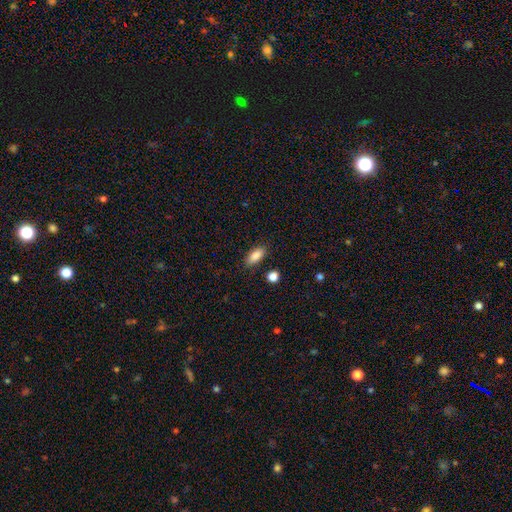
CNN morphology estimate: A smooth galaxy with no disk features (87%) that is in between round and cigar-shaped (84%). Merging: none (85%).